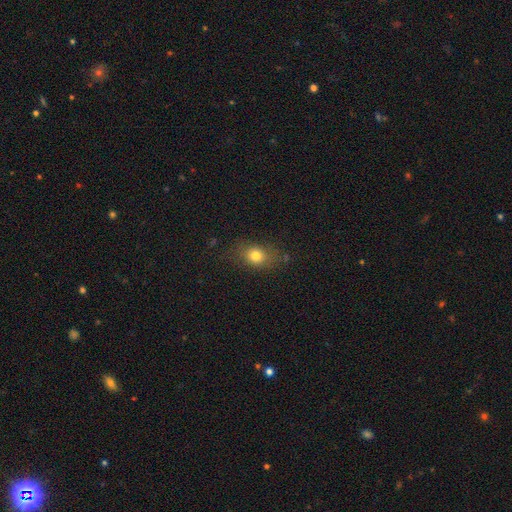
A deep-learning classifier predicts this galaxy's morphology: The model was most divided on "how rounded": in between: 54%, round: 44%, cigar-shaped: 2%. More confident: smooth or featured — smooth (77%); merging — none (73%).